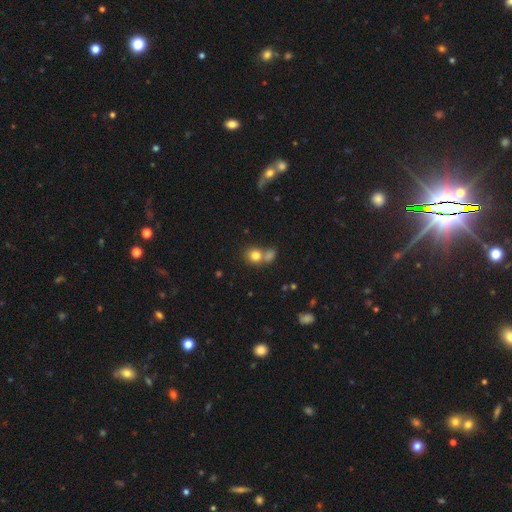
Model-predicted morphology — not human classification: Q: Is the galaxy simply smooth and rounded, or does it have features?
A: smooth — 80%.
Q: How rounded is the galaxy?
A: round — 76%.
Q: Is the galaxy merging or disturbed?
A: none — 46%.